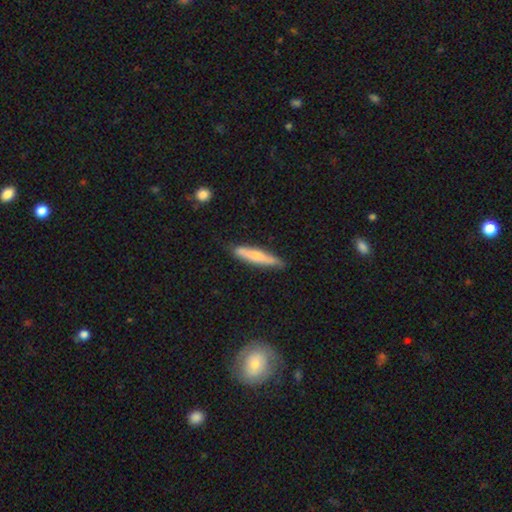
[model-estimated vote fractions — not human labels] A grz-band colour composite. It shows a smooth galaxy with no disk features (64%) that is cigar-shaped (88%). Merging: none (80%).